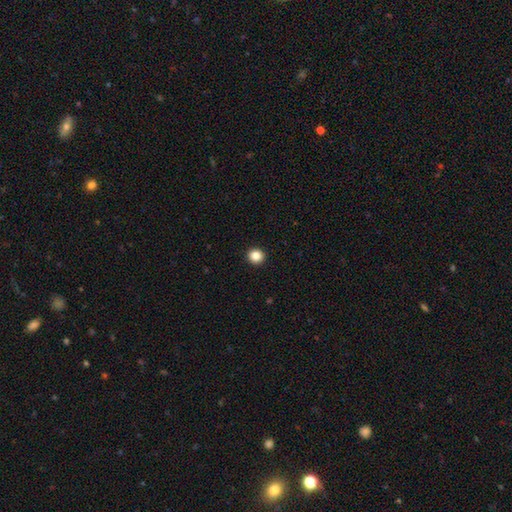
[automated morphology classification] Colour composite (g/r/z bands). It shows a smooth galaxy with no disk features (86%) that is round (94%). Merging: none (94%).